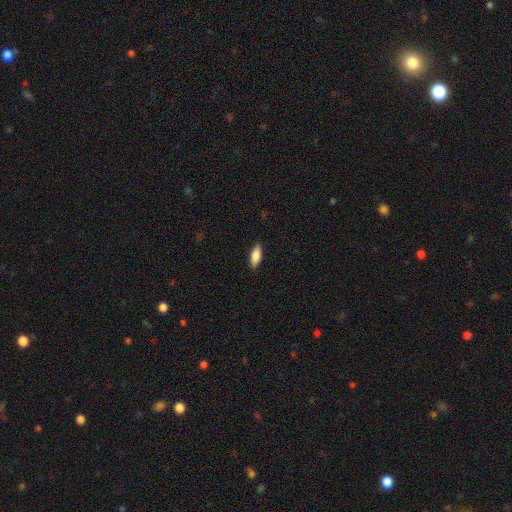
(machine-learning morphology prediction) A smooth galaxy with no disk features (86%) that is in between round and cigar-shaped (71%). Merging: none (89%).